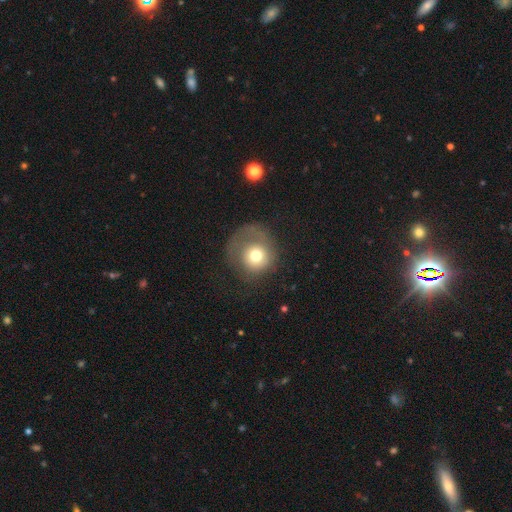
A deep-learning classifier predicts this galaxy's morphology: smooth 64%, featured or disk 26%, star or artifact 10%. Down the decision tree: how rounded — round (88%); merging — none (38%).